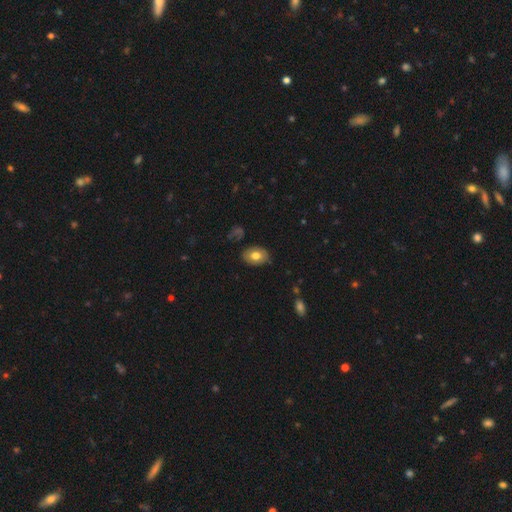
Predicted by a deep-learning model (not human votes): Smooth or featured?
  - smooth: 73% *
  - featured or disk: 19%
  - star or artifact: 8%
How rounded?
  - in between: 81% *
  - round: 18%
  - cigar-shaped: 1%
Merging?
  - none: 82% *
  - minor disturbance: 14%
  - major disturbance: 3%
  - merger: 1%